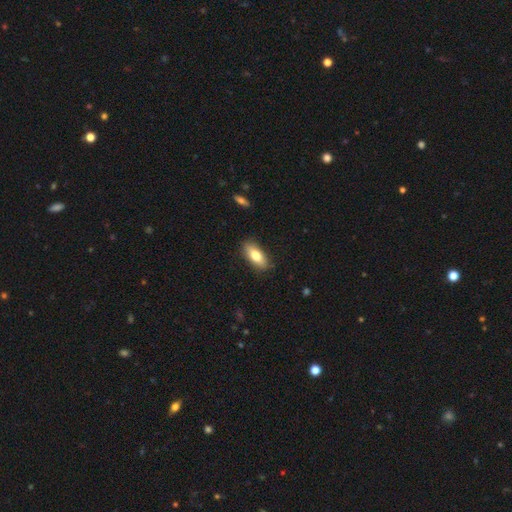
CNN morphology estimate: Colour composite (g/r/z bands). It shows a smooth galaxy with no disk features (77%) that is in between round and cigar-shaped (78%). Merging: none (87%).